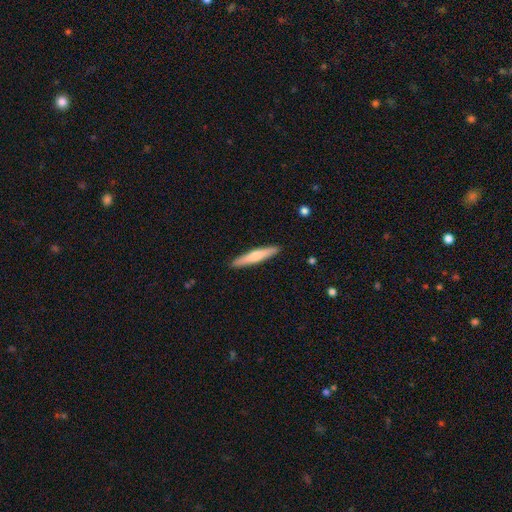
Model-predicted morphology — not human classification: Overall: smooth (60%; featured or disk 35%). How rounded: cigar-shaped (92%). Merging: none (91%).